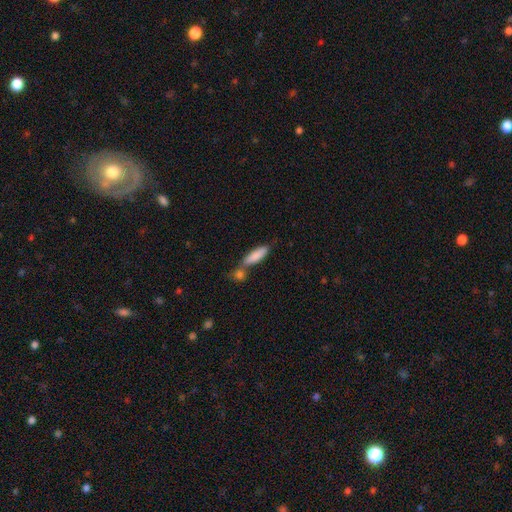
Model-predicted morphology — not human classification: smooth_or_featured: smooth (p=0.82) [alt: featured or disk p=0.11]
how_rounded: cigar-shaped (p=0.57) [alt: in between p=0.41]
merging: none (p=0.45) [alt: merger p=0.38]